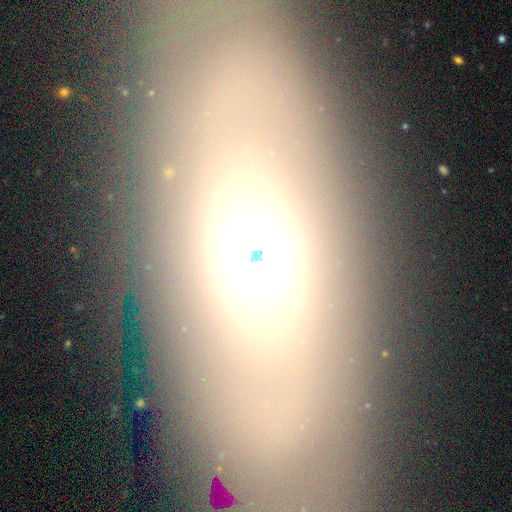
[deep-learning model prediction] Q: Smooth or featured?
A: smooth (49%); runner-up: featured or disk (31%)
Q: Merging?
A: none (83%); runner-up: minor disturbance (10%)